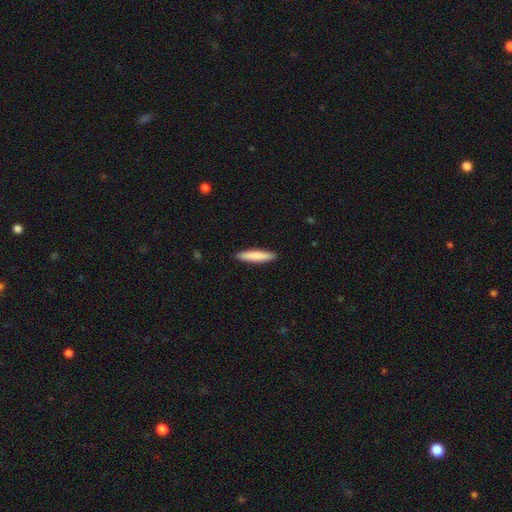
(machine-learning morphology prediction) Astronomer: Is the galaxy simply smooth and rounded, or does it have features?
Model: smooth — 83%.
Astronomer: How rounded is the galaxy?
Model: cigar-shaped — 87%.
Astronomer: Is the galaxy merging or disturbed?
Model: none — 91%.